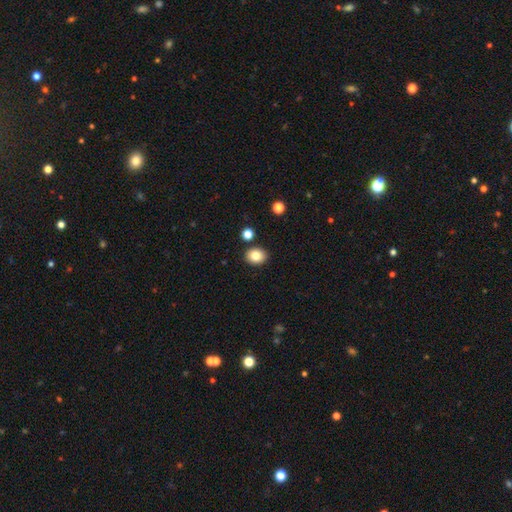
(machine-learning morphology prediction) smooth-or-featured: smooth: 83% | star or artifact: 10% | featured or disk: 8%
  how-rounded: round: 50% | in between: 49% | cigar-shaped: 1%
  merging: none: 87% | minor disturbance: 7% | merger: 3% | major disturbance: 2%